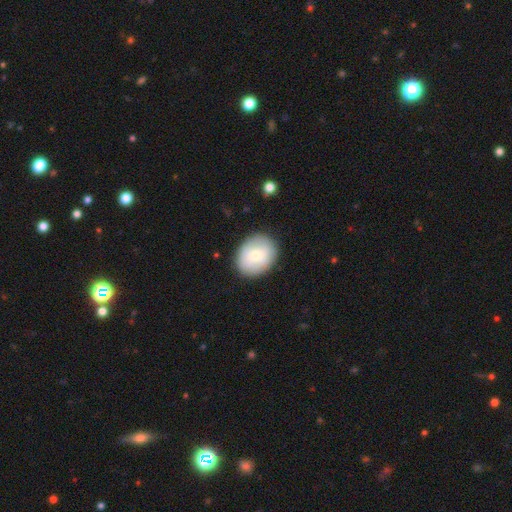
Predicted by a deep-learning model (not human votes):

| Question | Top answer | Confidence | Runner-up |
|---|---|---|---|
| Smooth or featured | smooth | 71% | featured or disk (22%) |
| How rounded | round | 58% | in between (41%) |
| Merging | none | 86% | minor disturbance (10%) |